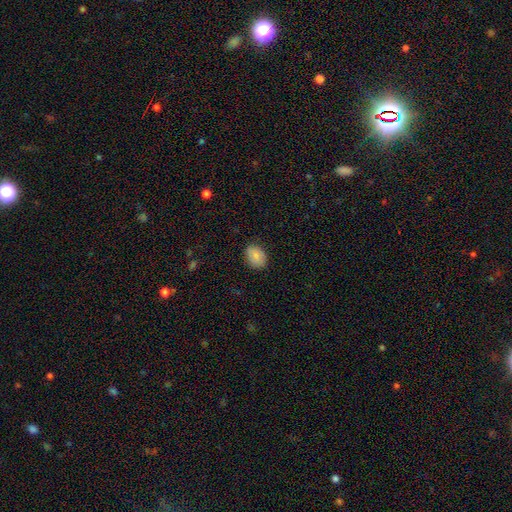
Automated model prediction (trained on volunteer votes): smooth 86%, star or artifact 7%, featured or disk 7%. Down the decision tree: how rounded — in between (70%); merging — none (85%).